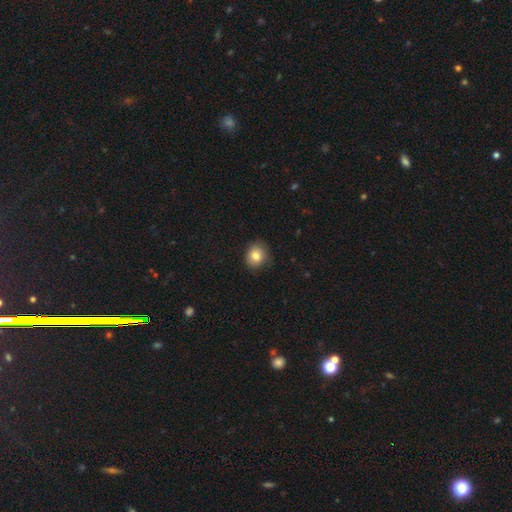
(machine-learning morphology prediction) A smooth galaxy with no disk features (81%) that is round (70%). Merging: none (78%).